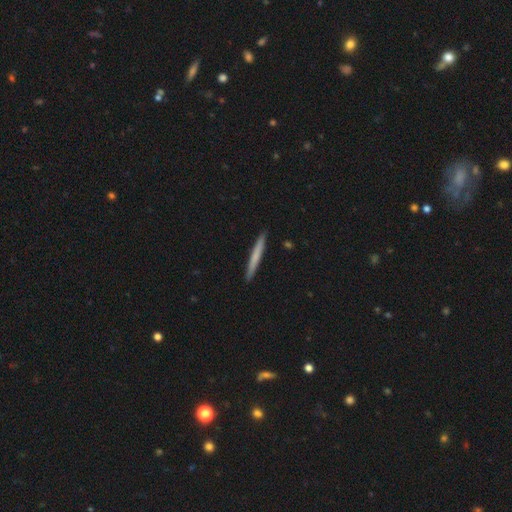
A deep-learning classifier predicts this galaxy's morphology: smooth_or_featured: smooth (p=0.66) [alt: featured or disk p=0.29]
how_rounded: cigar-shaped (p=0.97) [alt: in between p=0.02]
merging: none (p=0.93) [alt: minor disturbance p=0.05]